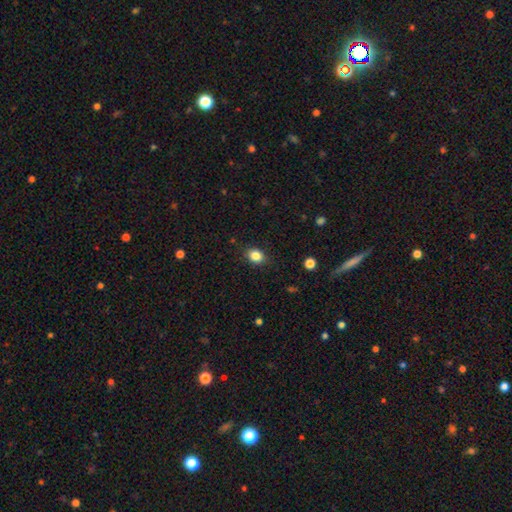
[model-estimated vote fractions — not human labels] This appears to be a smooth galaxy with no disk features (84%) that is in between round and cigar-shaped (58%). Merging: none (86%).